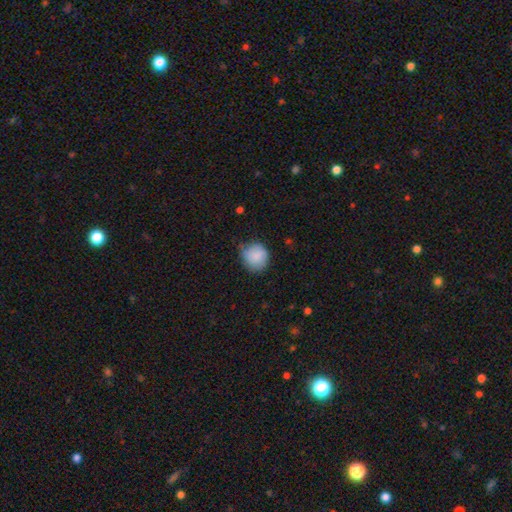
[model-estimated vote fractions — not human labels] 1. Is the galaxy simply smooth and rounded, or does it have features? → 86% smooth, 7% star or artifact, 6% featured or disk.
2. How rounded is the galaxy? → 84% round, 15% in between, 1% cigar-shaped.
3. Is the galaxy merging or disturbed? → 60% none, 32% minor disturbance, 6% major disturbance, 2% merger.